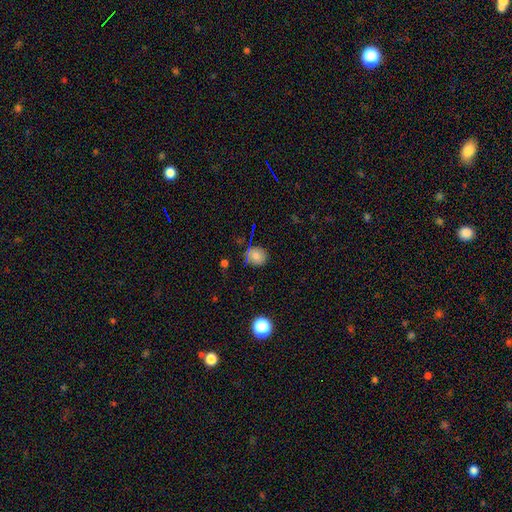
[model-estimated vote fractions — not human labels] A smooth galaxy with no disk features (77%) that is round (83%).

Vote fractions:
- Smooth or featured? smooth: 77% / star or artifact: 15% / featured or disk: 8%
- How rounded? round: 83% / in between: 15% / cigar-shaped: 1%
- Merging? none: 75% / minor disturbance: 17% / major disturbance: 4% / merger: 3%